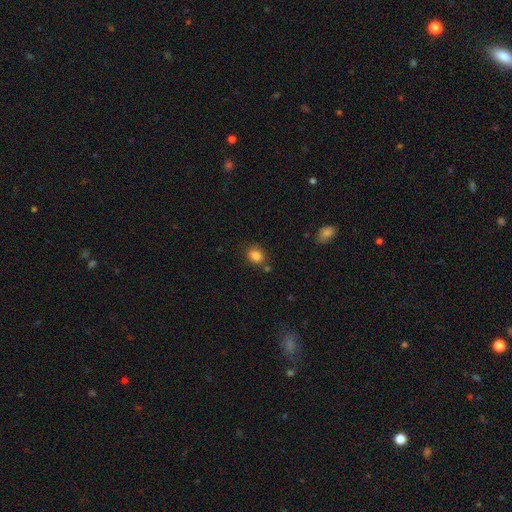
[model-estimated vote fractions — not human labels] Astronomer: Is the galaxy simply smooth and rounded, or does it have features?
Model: smooth — 84%.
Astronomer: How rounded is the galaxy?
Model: in between — 51% (runner-up: round, 48%).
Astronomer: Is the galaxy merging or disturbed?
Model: none — 74%.